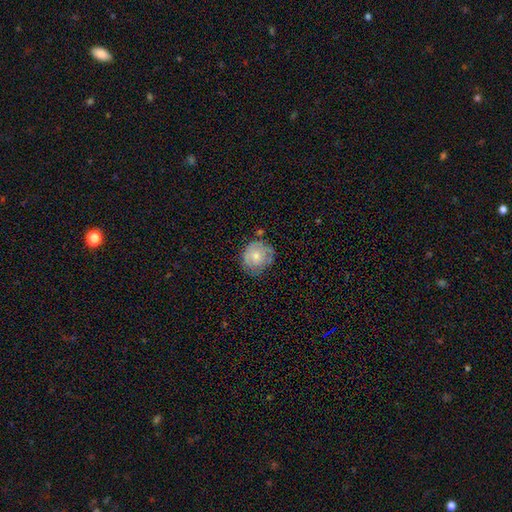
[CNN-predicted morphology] Smooth or featured: smooth — 59% (featured or disk — 34%)
How rounded: round — 81% (in between — 18%)
Merging: none — 58% (minor disturbance — 28%)